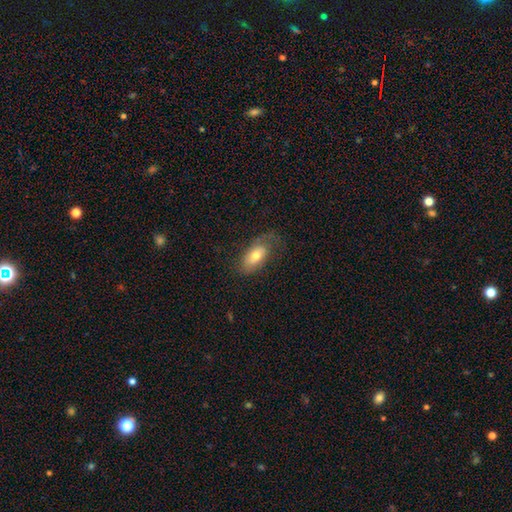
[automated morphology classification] Overall: smooth (65%; featured or disk 28%). How rounded: in between (88%). Merging: none (62%; minor disturbance 24%).